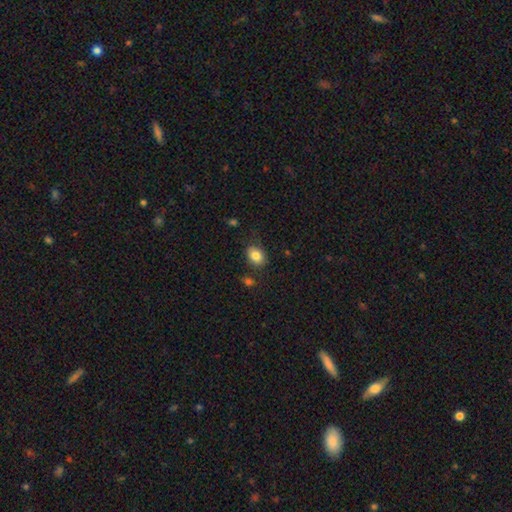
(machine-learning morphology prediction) The model was most divided on "how rounded": in between: 66%, round: 33%, cigar-shaped: 1%. More confident: smooth or featured — smooth (83%); merging — none (77%).